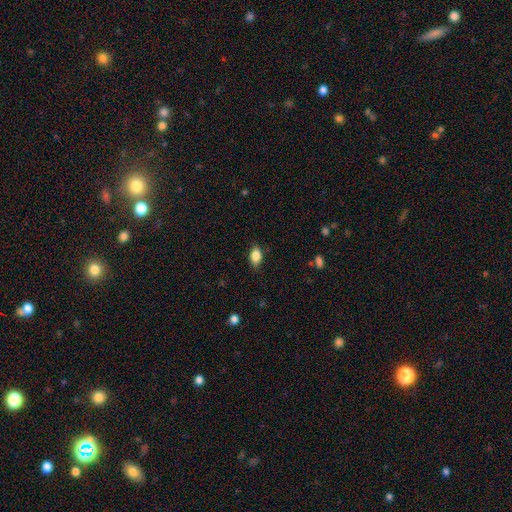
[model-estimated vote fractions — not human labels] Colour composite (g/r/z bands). It shows a smooth galaxy with no disk features (85%) that is in between round and cigar-shaped (88%). Merging: none (84%).